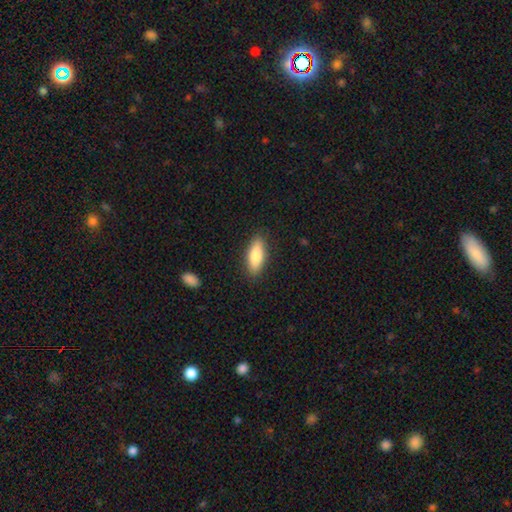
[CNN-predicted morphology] A smooth galaxy with no disk features (80%) that is in between round and cigar-shaped (66%).

Vote fractions:
- Smooth or featured? smooth: 80% / featured or disk: 14% / star or artifact: 6%
- How rounded? in between: 66% / cigar-shaped: 32% / round: 2%
- Merging? none: 87% / minor disturbance: 9% / major disturbance: 2% / merger: 1%